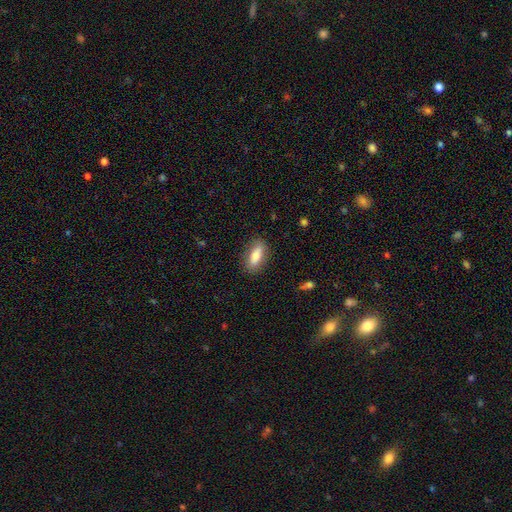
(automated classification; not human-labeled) smooth_or_featured: smooth (p=0.78) [alt: featured or disk p=0.16]
how_rounded: in between (p=0.74) [alt: cigar-shaped p=0.23]
merging: none (p=0.85) [alt: minor disturbance p=0.11]